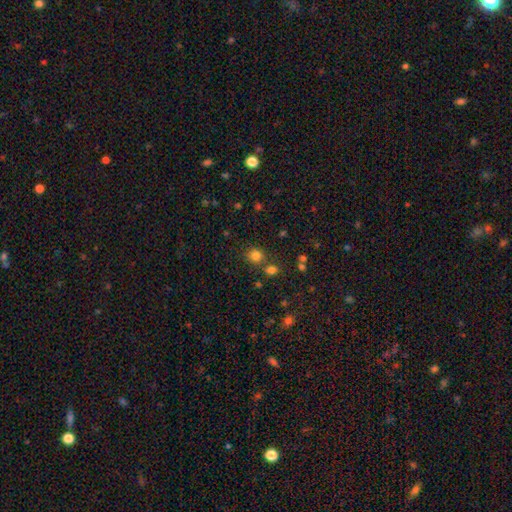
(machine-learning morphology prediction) This appears to be a smooth galaxy with no disk features (79%) that is round (81%). Merging: none (71%).